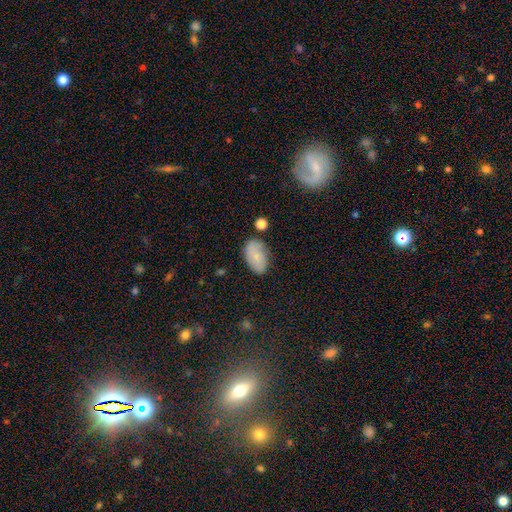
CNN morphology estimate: This appears to be a smooth galaxy with no disk features (73%) that is in between round and cigar-shaped (92%). Merging: none (68%).